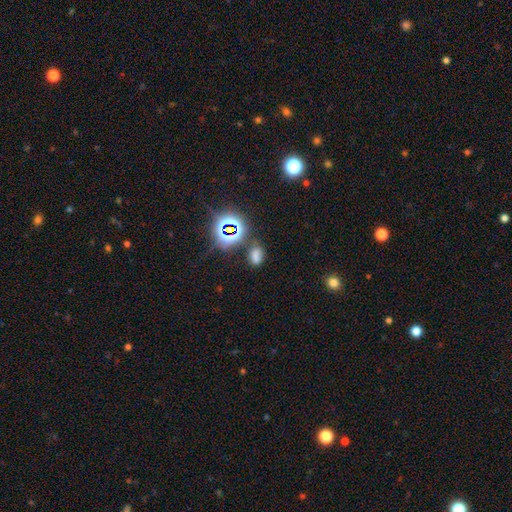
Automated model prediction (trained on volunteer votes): A smooth galaxy with no disk features (59%) that is in between round and cigar-shaped (81%).

Vote fractions:
- Smooth or featured? smooth: 59% / star or artifact: 32% / featured or disk: 8%
- How rounded? in between: 81% / round: 17% / cigar-shaped: 2%
- Merging? none: 63% / minor disturbance: 18% / merger: 11% / major disturbance: 8%